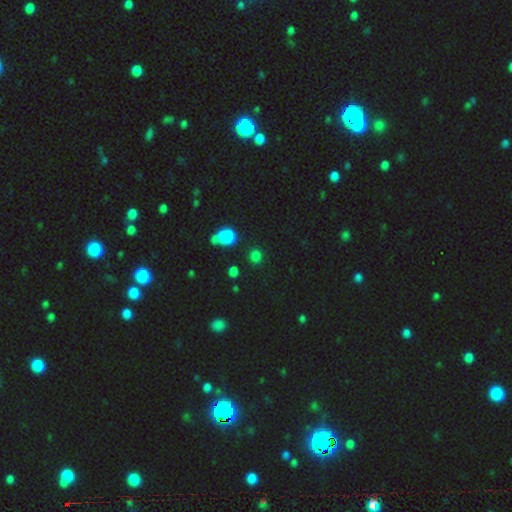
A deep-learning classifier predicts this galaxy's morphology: A smooth galaxy with no disk features (73%) that is round (83%). Merging: none (77%).